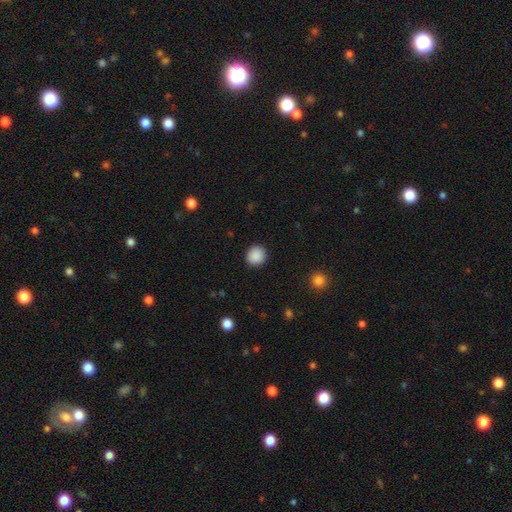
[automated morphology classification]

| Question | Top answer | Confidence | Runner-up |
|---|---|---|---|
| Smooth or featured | smooth | 89% | star or artifact (8%) |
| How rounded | round | 90% | in between (9%) |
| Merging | none | 91% | minor disturbance (6%) |